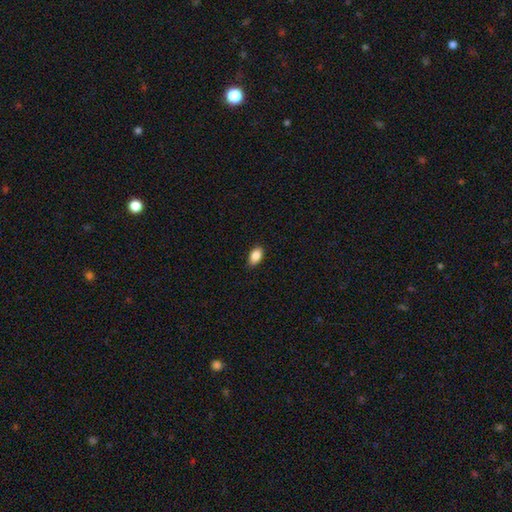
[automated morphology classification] A smooth galaxy with no disk features (88%) that is in between round and cigar-shaped (91%). Merging: none (85%).